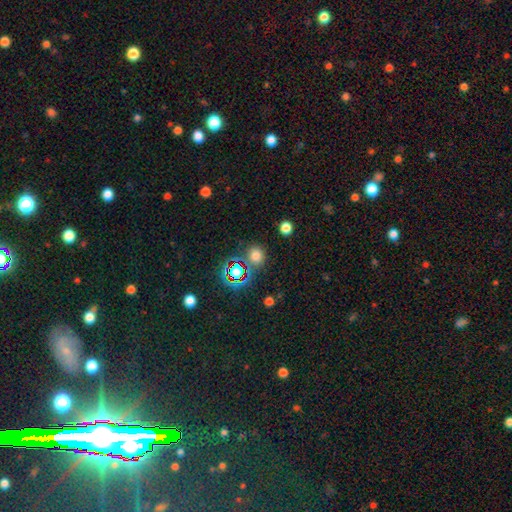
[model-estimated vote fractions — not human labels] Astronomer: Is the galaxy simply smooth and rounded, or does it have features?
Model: smooth — 68%.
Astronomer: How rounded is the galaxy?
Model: round — 82%.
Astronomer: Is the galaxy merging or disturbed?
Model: none — 80%.